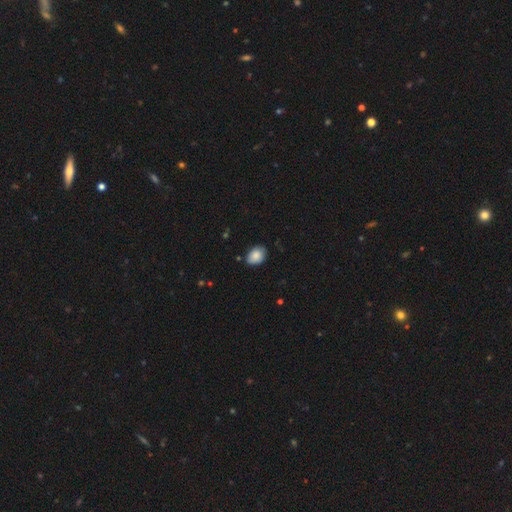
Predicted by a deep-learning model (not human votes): Smooth or featured: smooth — 85% (star or artifact — 7%)
How rounded: in between — 75% (round — 24%)
Merging: none — 78% (minor disturbance — 18%)